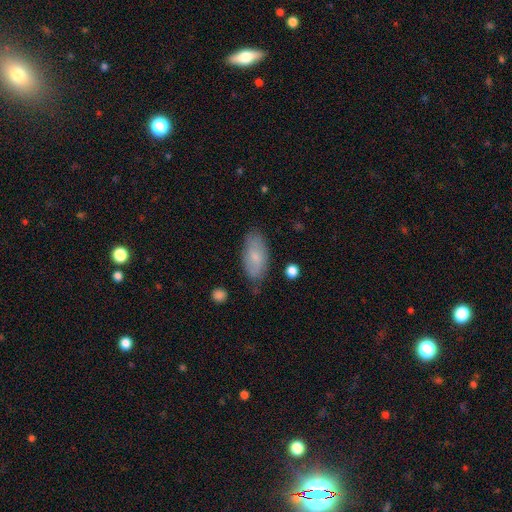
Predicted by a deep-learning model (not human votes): This is likely a smooth galaxy (73%). How rounded: clearly in between (91%). Merging: likely none (73%).